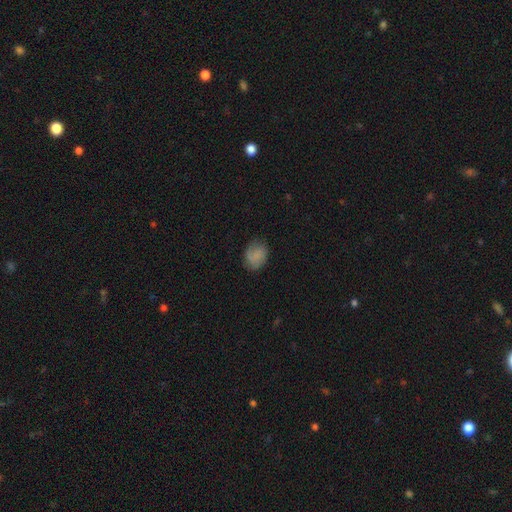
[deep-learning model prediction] Smooth or featured? Predicted: smooth (p=0.73). How rounded? Predicted: in between (p=0.57). Merging? Predicted: none (p=0.71).